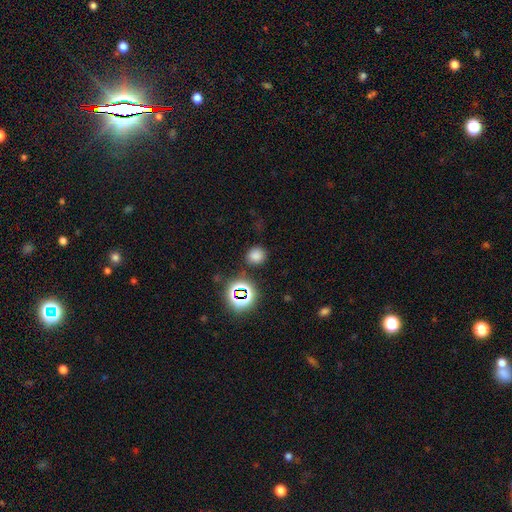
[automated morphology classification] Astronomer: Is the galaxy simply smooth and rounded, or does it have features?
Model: smooth — 73%.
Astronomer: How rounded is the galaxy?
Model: round — 84%.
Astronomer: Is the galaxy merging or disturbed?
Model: none — 84%.